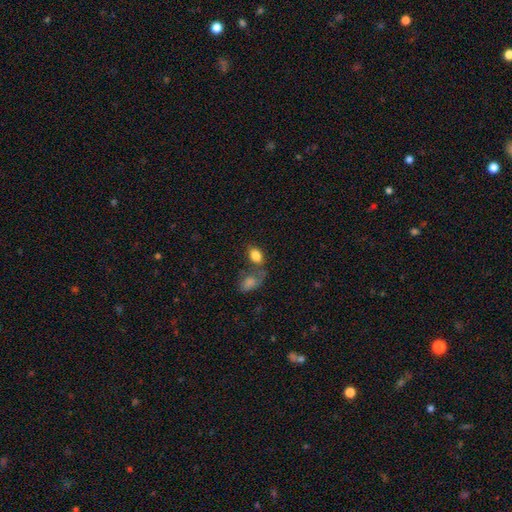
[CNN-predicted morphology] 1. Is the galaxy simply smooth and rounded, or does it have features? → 83% smooth, 9% star or artifact, 9% featured or disk.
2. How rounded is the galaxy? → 84% in between, 14% round, 2% cigar-shaped.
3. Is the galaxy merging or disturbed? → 50% none, 28% merger, 15% minor disturbance, 7% major disturbance.